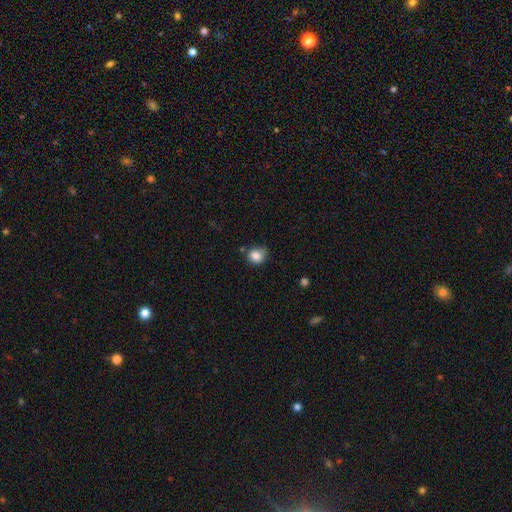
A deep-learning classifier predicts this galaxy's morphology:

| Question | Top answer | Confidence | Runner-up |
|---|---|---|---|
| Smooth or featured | smooth | 83% | star or artifact (10%) |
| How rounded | round | 73% | in between (26%) |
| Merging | none | 60% | minor disturbance (28%) |